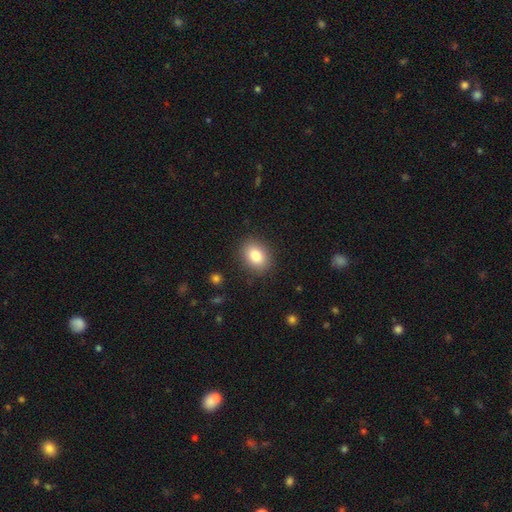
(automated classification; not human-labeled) smooth_or_featured: smooth (p=0.83) [alt: star or artifact p=0.09]
how_rounded: in between (p=0.65) [alt: round p=0.34]
merging: none (p=0.88) [alt: minor disturbance p=0.08]